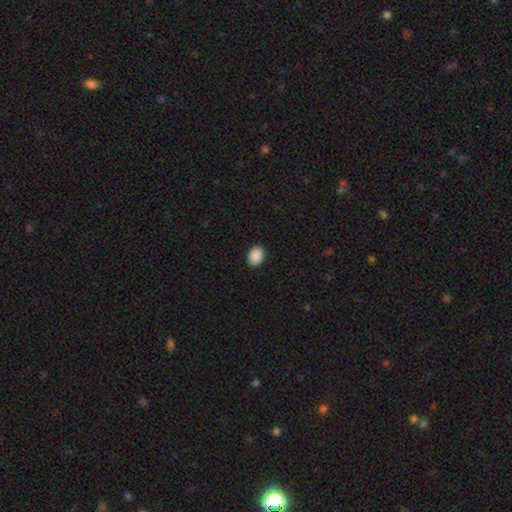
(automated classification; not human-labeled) A smooth galaxy with no disk features (90%) that is in between round and cigar-shaped (72%).

Vote fractions:
- Smooth or featured? smooth: 90% / star or artifact: 7% / featured or disk: 2%
- How rounded? in between: 72% / round: 27% / cigar-shaped: 1%
- Merging? none: 90% / minor disturbance: 7% / major disturbance: 2% / merger: 1%